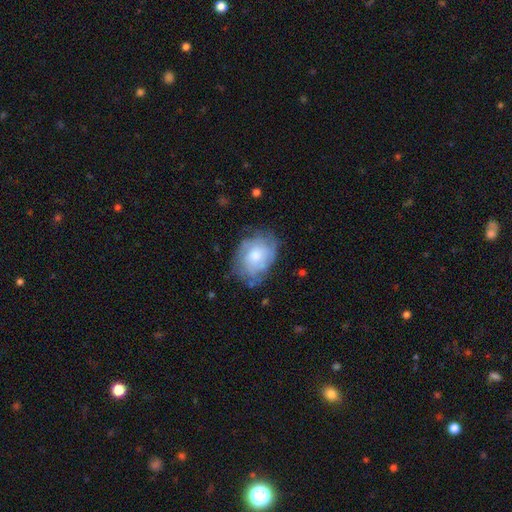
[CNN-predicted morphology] smooth-or-featured: featured or disk: 53% | smooth: 39% | star or artifact: 8%
  disk-edge-on: no: 96% | yes: 4%
    bar: no: 82% | weak: 16% | strong: 2%
    has-spiral-arms: yes: 66% | no: 34%
    bulge-size: moderate: 57% | small: 27% | large: 12% | none: 3% | dominant: 1%
  merging: none: 66% | minor disturbance: 24% | major disturbance: 9% | merger: 2%